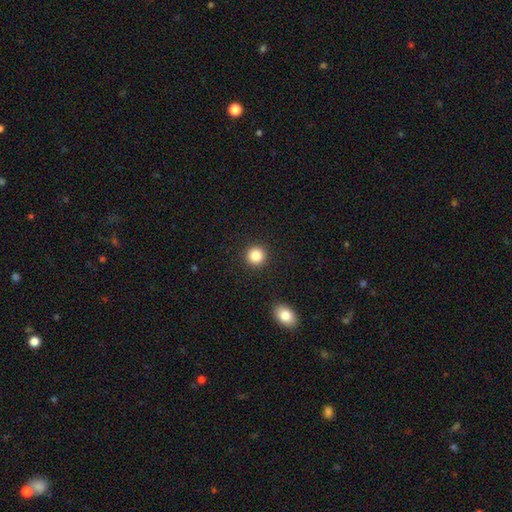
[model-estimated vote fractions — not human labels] Q: Smooth or featured?
A: smooth (85%); runner-up: star or artifact (10%)
Q: How rounded?
A: round (93%); runner-up: in between (6%)
Q: Merging?
A: none (92%); runner-up: minor disturbance (5%)